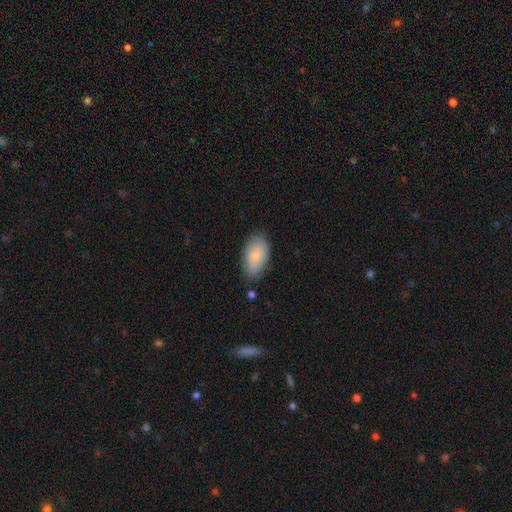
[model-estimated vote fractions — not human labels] Morphology: type=smooth (82%); roundness=in between (94%); merging=none (78%).